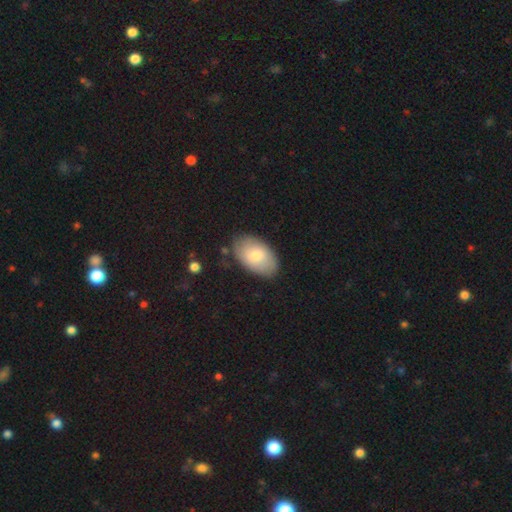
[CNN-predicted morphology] Overall: smooth (73%). How rounded: in between (93%). Merging: none (77%).